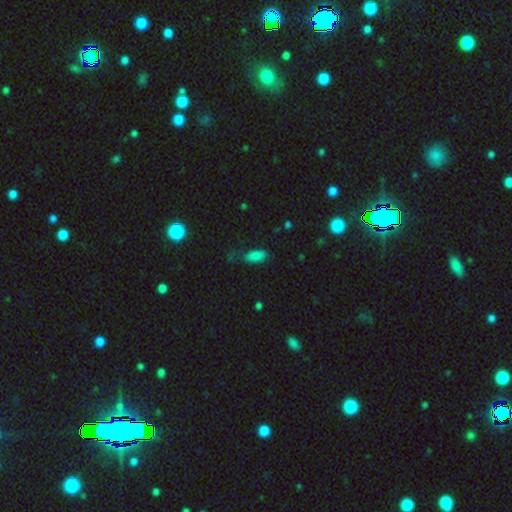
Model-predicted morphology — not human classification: This is clearly a smooth galaxy (82%). How rounded: clearly in between (86%). Merging: possibly none (54%).